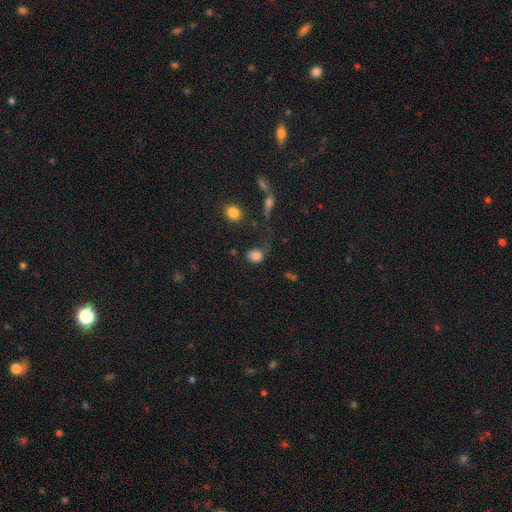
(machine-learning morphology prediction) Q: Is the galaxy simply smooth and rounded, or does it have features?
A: smooth — 80%.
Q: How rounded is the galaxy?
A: round — 58%.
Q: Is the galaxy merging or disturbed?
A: none — 45%.